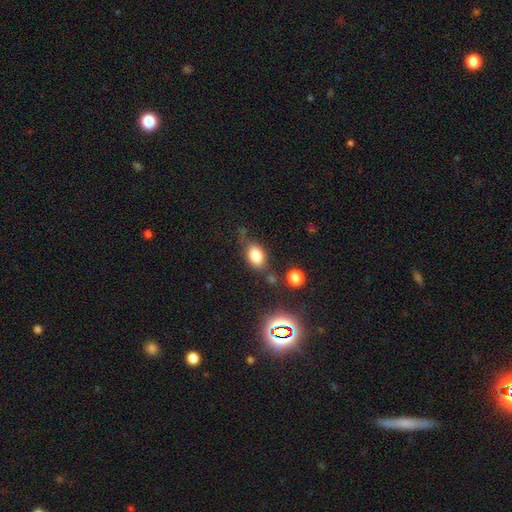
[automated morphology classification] Q: Smooth or featured?
A: smooth (78%); runner-up: star or artifact (11%)
Q: How rounded?
A: in between (82%); runner-up: round (16%)
Q: Merging?
A: none (65%); runner-up: minor disturbance (21%)